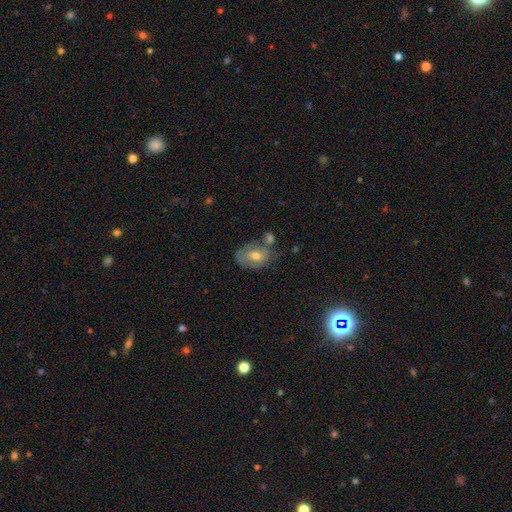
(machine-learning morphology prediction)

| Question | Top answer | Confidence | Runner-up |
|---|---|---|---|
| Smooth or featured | featured or disk | 51% | smooth (37%) |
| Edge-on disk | no | 94% | yes (6%) |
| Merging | none | 45% | minor disturbance (23%) |